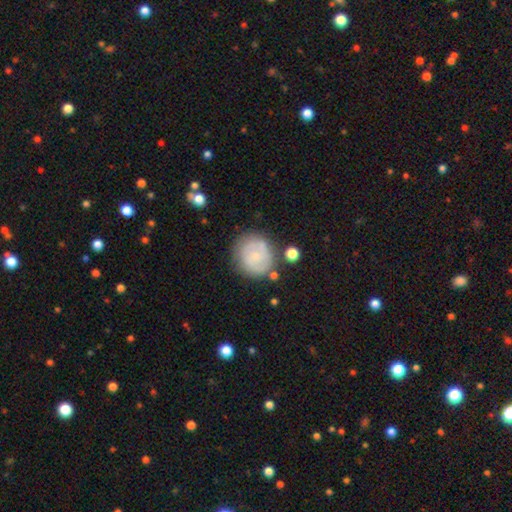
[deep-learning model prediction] This appears to be a featured or disk galaxy (47%). Merging: none (70%).